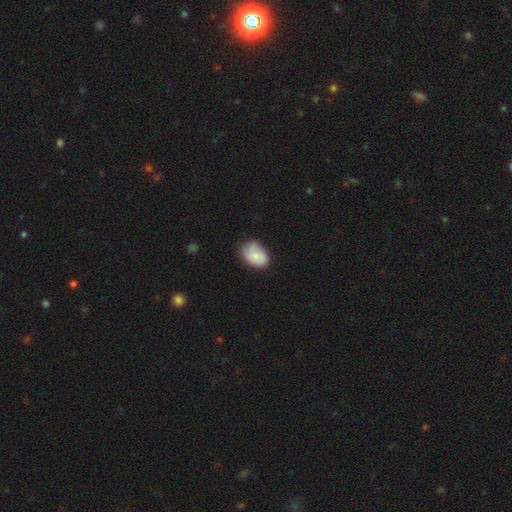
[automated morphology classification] type=smooth (68%); roundness=in between (81%); merging=none (60%).